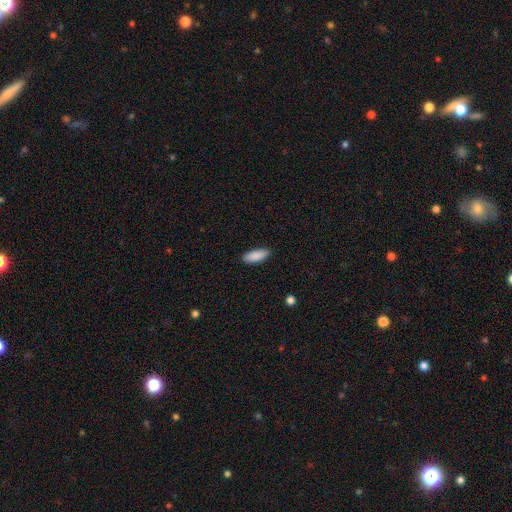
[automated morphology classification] The model was most divided on "how rounded": in between: 73%, cigar-shaped: 25%, round: 2%. More confident: smooth or featured — smooth (89%); merging — none (88%).